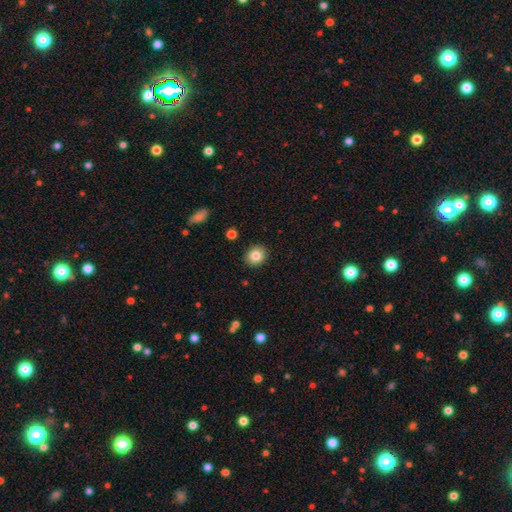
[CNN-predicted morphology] smooth_or_featured: smooth (p=0.83) [alt: star or artifact p=0.09]
how_rounded: round (p=0.76) [alt: in between p=0.23]
merging: none (p=0.90) [alt: minor disturbance p=0.06]